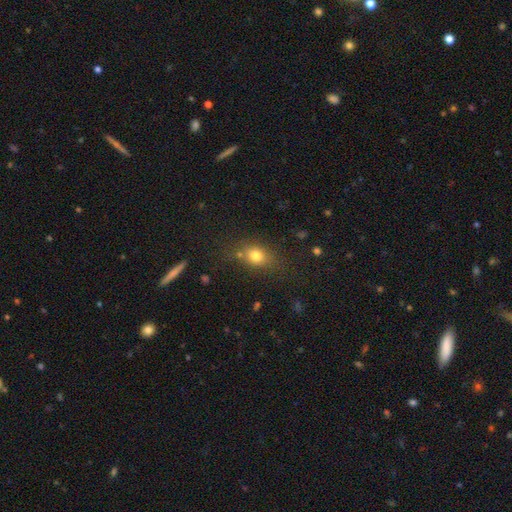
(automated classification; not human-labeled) Morphology: type=smooth (76%); roundness=in between (53%); merging=none (72%).